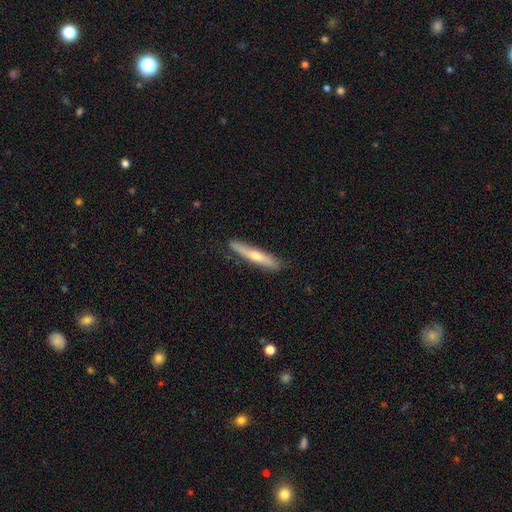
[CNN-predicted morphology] Smooth or featured: smooth — 49% (featured or disk — 45%)
Merging: none — 83% (minor disturbance — 13%)